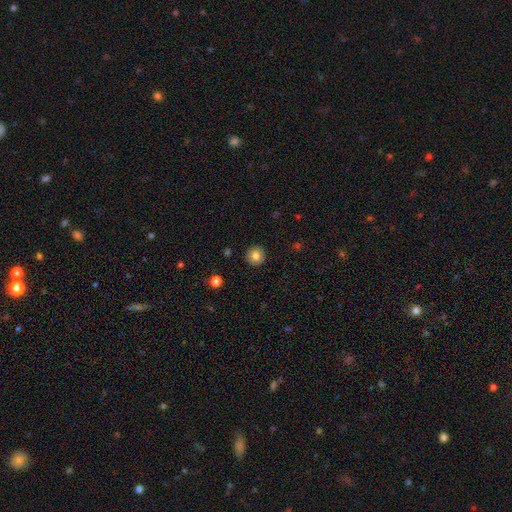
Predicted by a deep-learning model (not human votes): Smooth or featured? smooth (81%)
How rounded? round (95%)
Merging? none (92%)